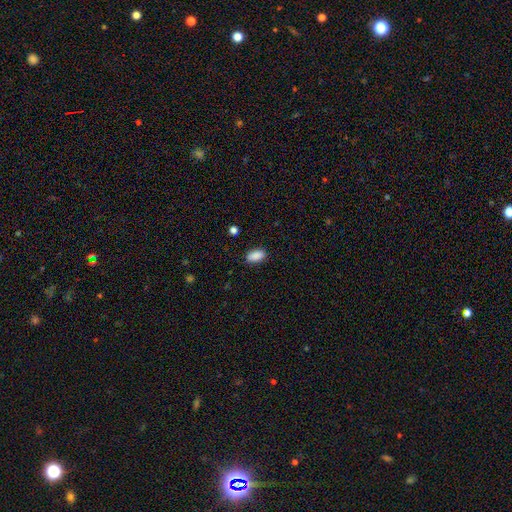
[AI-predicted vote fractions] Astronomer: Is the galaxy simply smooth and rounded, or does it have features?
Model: smooth — 89%.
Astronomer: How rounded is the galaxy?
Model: in between — 91%.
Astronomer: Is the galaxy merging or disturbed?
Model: none — 87%.